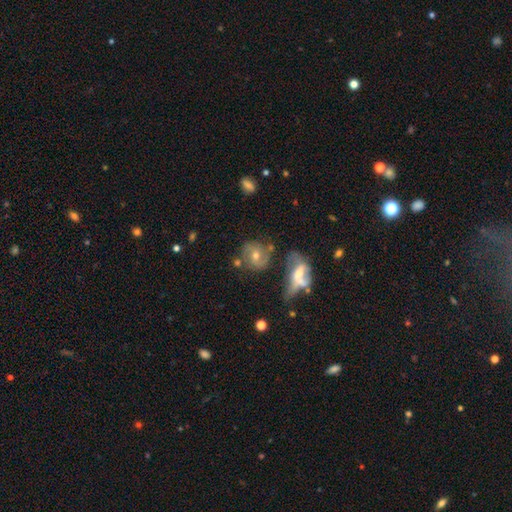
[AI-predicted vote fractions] Smooth or featured? Predicted: featured or disk (p=0.66). Edge-on disk? Predicted: no (p=0.95). Bar? Predicted: no (p=0.57). Spiral arms? Predicted: yes (p=0.86). Spiral winding? Predicted: medium (p=0.45). Spiral arm count? Predicted: 2 (p=0.77). Bulge size? Predicted: moderate (p=0.65). Merging? Predicted: none (p=0.56).